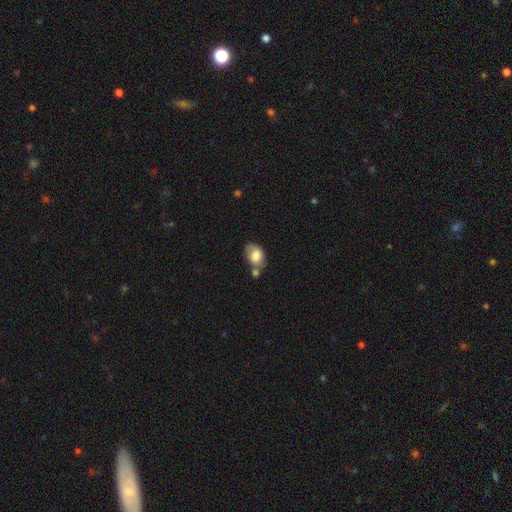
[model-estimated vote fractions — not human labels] A smooth galaxy with no disk features (79%) that is in between round and cigar-shaped (77%).

Vote fractions:
- Smooth or featured? smooth: 79% / featured or disk: 14% / star or artifact: 7%
- How rounded? in between: 77% / round: 22% / cigar-shaped: 1%
- Merging? none: 40% / merger: 28% / minor disturbance: 23% / major disturbance: 9%